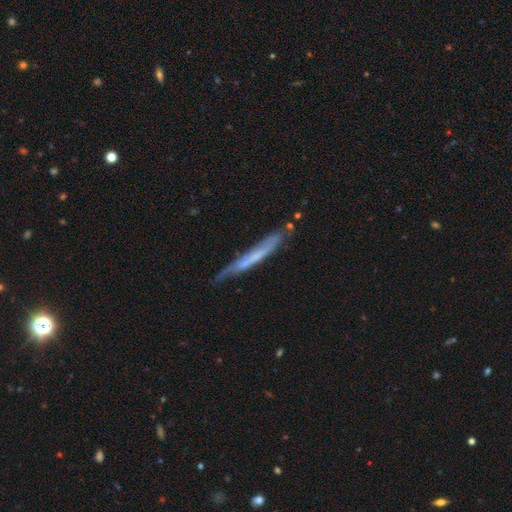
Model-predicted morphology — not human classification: Smooth or featured? Predicted: featured or disk (p=0.54). Edge-on disk? Predicted: yes (p=0.83). Merging? Predicted: none (p=0.61).